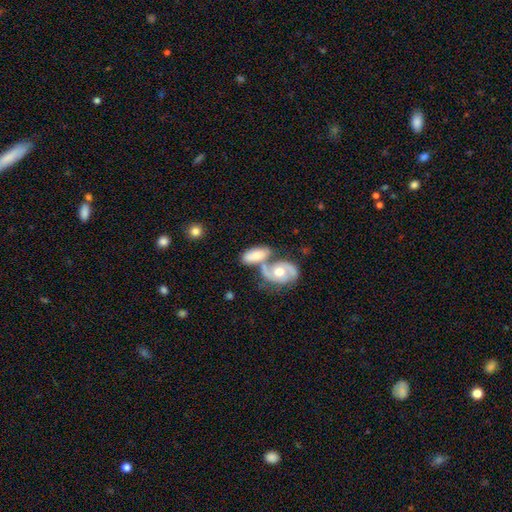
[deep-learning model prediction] smooth-or-featured: smooth: 55% | featured or disk: 39% | star or artifact: 6%
  how-rounded: in between: 88% | cigar-shaped: 7% | round: 5%
  merging: merger: 56% | none: 25% | minor disturbance: 12% | major disturbance: 7%